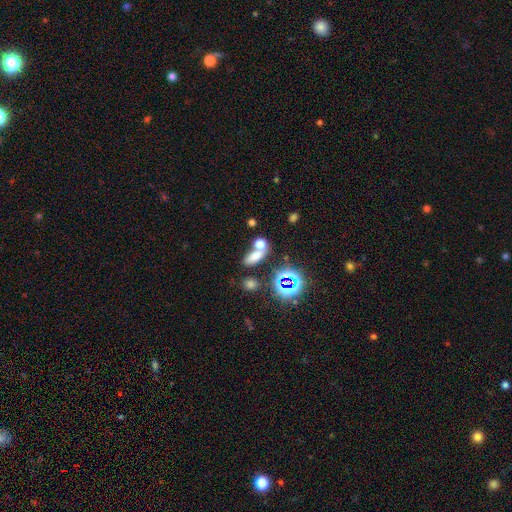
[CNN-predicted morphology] Q: Smooth or featured?
A: smooth (64%); runner-up: star or artifact (25%)
Q: How rounded?
A: in between (72%); runner-up: round (19%)
Q: Merging?
A: none (47%); runner-up: merger (38%)